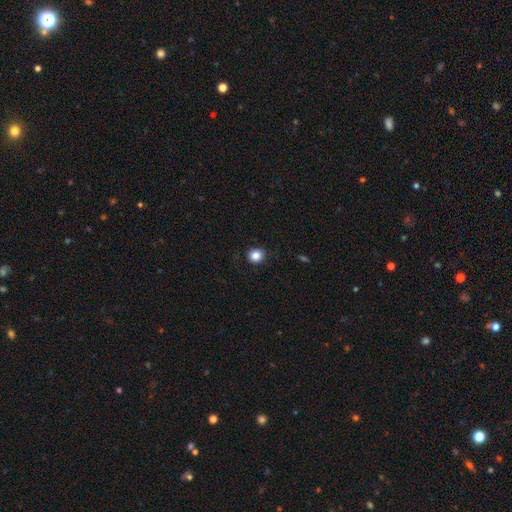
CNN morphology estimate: The model was most divided on "how rounded": round: 83%, in between: 16%, cigar-shaped: 1%. More confident: merging — none (89%); smooth or featured — smooth (86%).